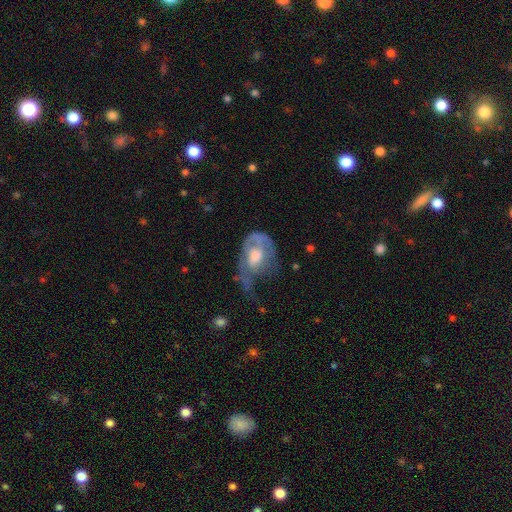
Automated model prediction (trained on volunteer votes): This appears to be a featured or disk galaxy (58%) with no bar (78%), spiral arms (51%) and a moderate central bulge (45%). Merging: major disturbance (53%).